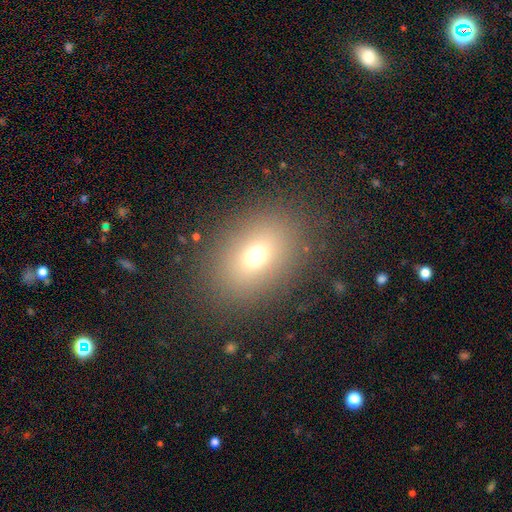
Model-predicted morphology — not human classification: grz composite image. It shows a smooth galaxy with no disk features (69%) that is in between round and cigar-shaped (66%). Merging: none (84%).